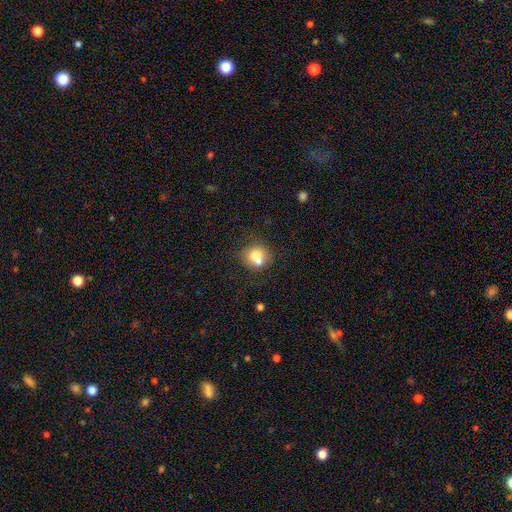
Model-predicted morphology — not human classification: Smooth or featured? Predicted: smooth (p=0.70). How rounded? Predicted: round (p=0.80). Merging? Predicted: none (p=0.44).